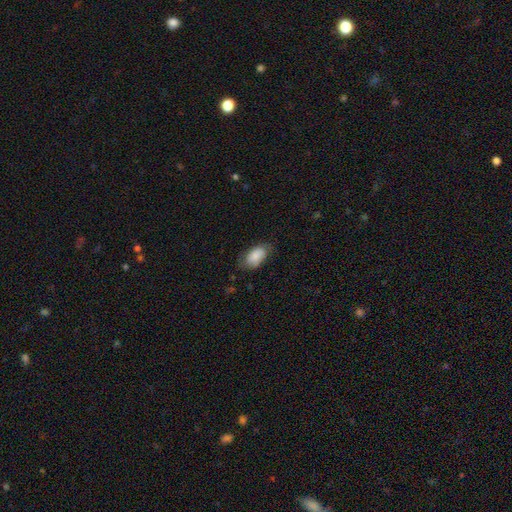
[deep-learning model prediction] Smooth or featured?
  - smooth: 80% *
  - featured or disk: 13%
  - star or artifact: 6%
How rounded?
  - in between: 93% *
  - round: 5%
  - cigar-shaped: 2%
Merging?
  - none: 66% *
  - minor disturbance: 26%
  - major disturbance: 8%
  - merger: 1%